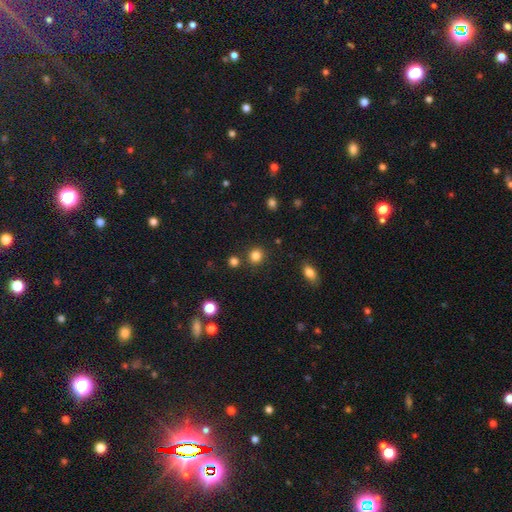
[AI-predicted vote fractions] Smooth or featured? Predicted: smooth (p=0.83). How rounded? Predicted: round (p=0.84). Merging? Predicted: none (p=0.84).